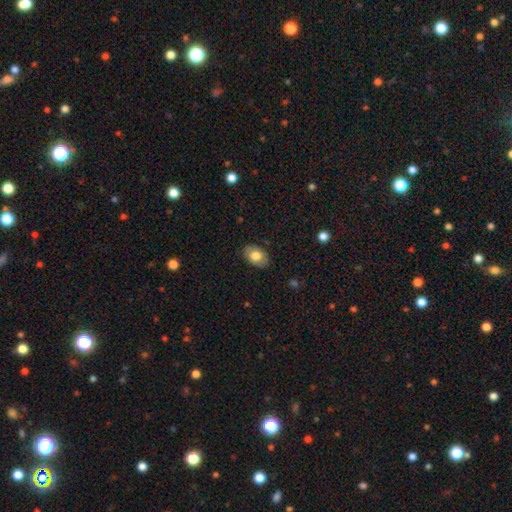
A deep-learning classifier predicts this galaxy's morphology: Smooth or featured?
  - smooth: 71% *
  - featured or disk: 22%
  - star or artifact: 7%
How rounded?
  - in between: 83% *
  - round: 16%
  - cigar-shaped: 1%
Merging?
  - none: 83% *
  - minor disturbance: 13%
  - major disturbance: 3%
  - merger: 1%